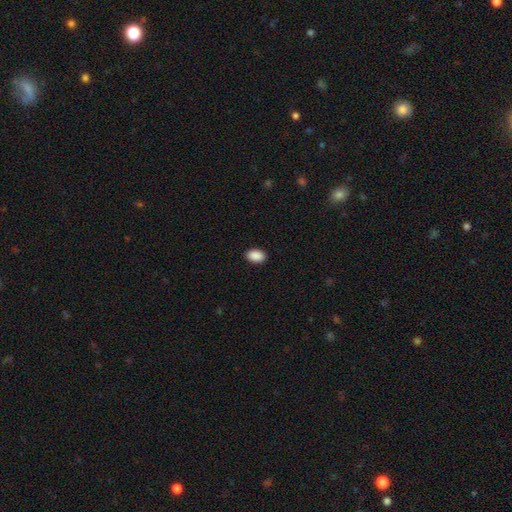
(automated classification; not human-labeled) smooth-or-featured: smooth: 91% | star or artifact: 7% | featured or disk: 2%
  how-rounded: in between: 89% | round: 10% | cigar-shaped: 1%
  merging: none: 90% | minor disturbance: 7% | major disturbance: 2% | merger: 1%